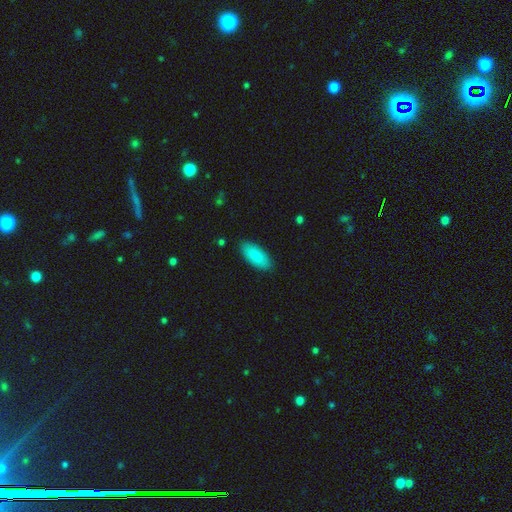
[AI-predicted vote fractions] Q: Smooth or featured?
A: smooth (89%); runner-up: star or artifact (6%)
Q: How rounded?
A: in between (85%); runner-up: cigar-shaped (14%)
Q: Merging?
A: none (88%); runner-up: minor disturbance (9%)